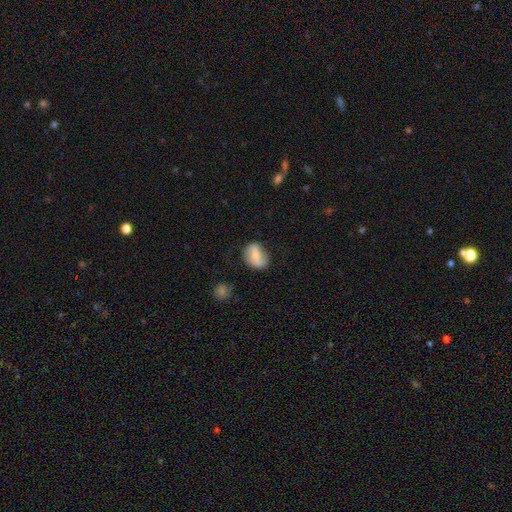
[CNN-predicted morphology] Q: Smooth or featured?
A: smooth (65%); runner-up: featured or disk (27%)
Q: How rounded?
A: in between (70%); runner-up: round (28%)
Q: Merging?
A: none (67%); runner-up: minor disturbance (23%)